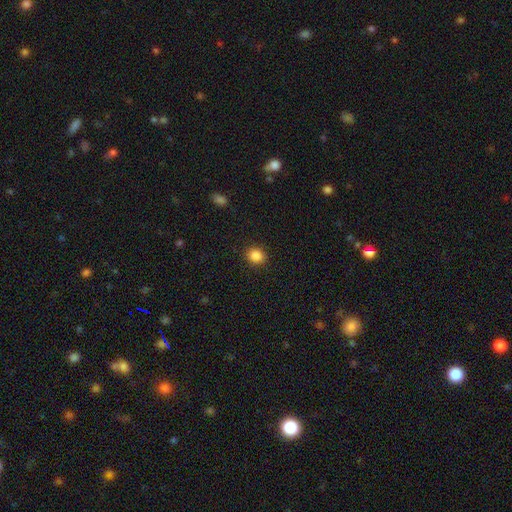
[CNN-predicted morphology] Smooth or featured? Predicted: smooth (p=0.86). How rounded? Predicted: round (p=0.73). Merging? Predicted: none (p=0.91).